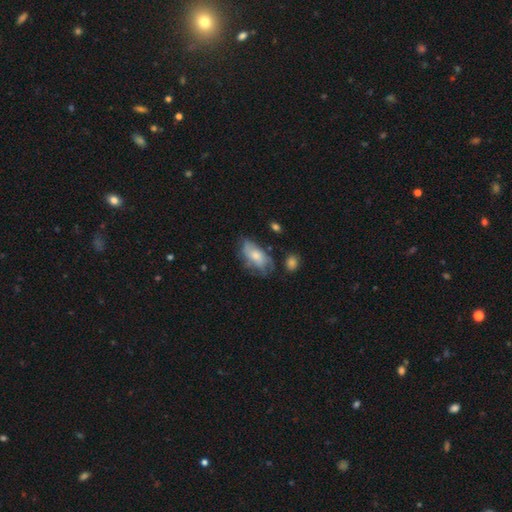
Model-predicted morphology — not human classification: This is possibly a smooth galaxy (54%). How rounded: clearly in between (90%). Merging: possibly none (47%).